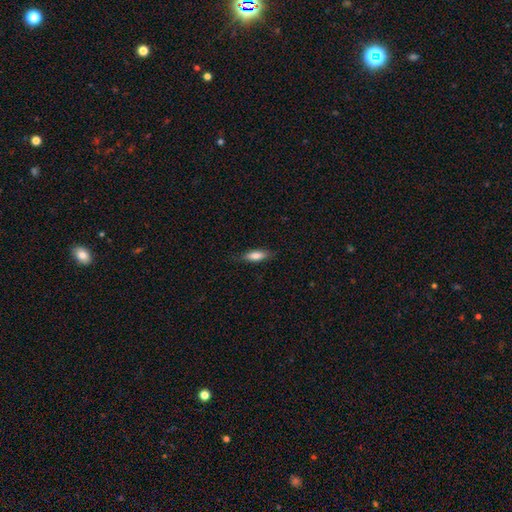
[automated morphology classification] This is likely a smooth galaxy (78%). How rounded: possibly in between (60%). Merging: likely none (79%).